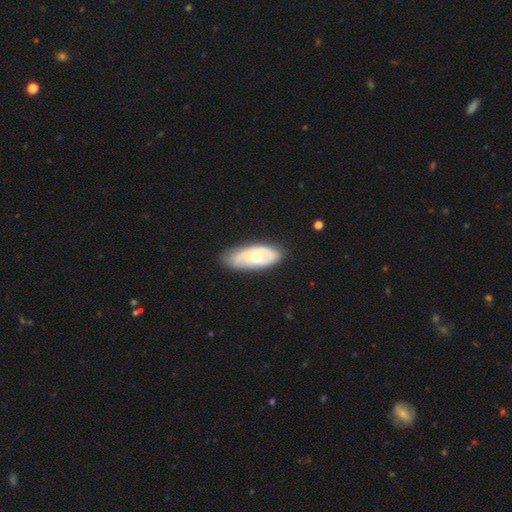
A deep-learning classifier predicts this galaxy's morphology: Smooth or featured? featured or disk (53%)
Edge-on disk? no (88%)
Merging? none (70%)